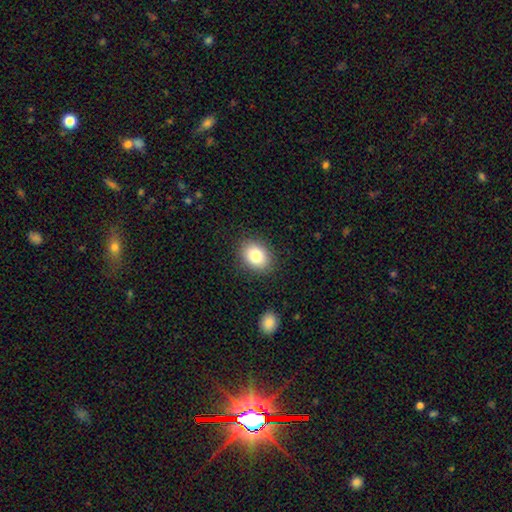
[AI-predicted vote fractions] A smooth galaxy with no disk features (82%) that is in between round and cigar-shaped (65%).

Vote fractions:
- Smooth or featured? smooth: 82% / featured or disk: 9% / star or artifact: 9%
- How rounded? in between: 65% / round: 34% / cigar-shaped: 1%
- Merging? none: 88% / minor disturbance: 9% / major disturbance: 3% / merger: 1%